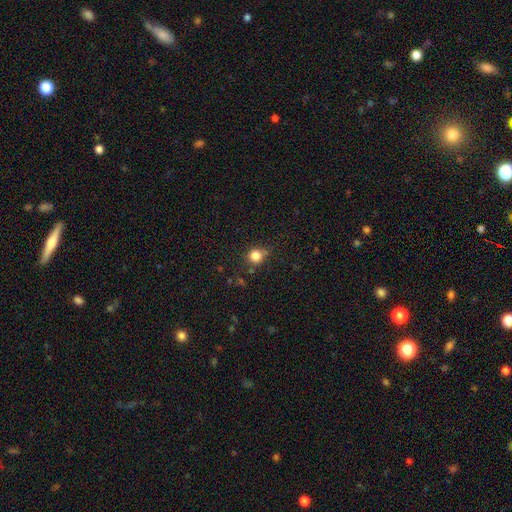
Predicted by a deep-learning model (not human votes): smooth-or-featured: smooth: 82% | star or artifact: 13% | featured or disk: 5%
  how-rounded: round: 90% | in between: 10% | cigar-shaped: 1%
  merging: none: 75% | minor disturbance: 14% | merger: 6% | major disturbance: 4%